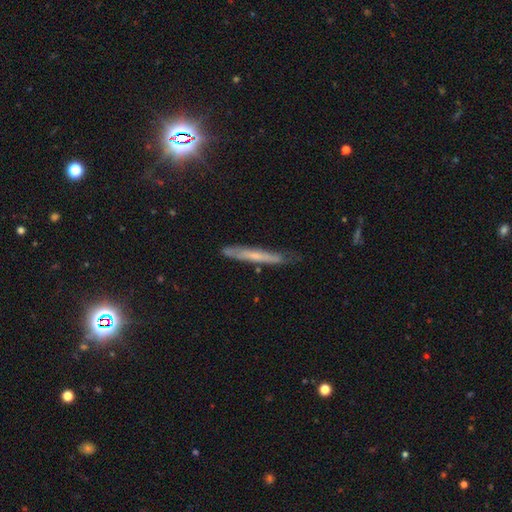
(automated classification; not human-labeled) Overall: featured or disk (48%; smooth 43%). Merging: none (75%).